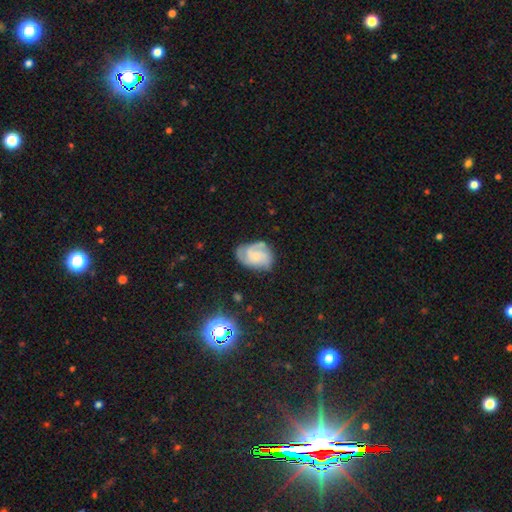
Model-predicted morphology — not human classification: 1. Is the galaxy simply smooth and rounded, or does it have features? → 71% featured or disk, 22% smooth, 7% star or artifact.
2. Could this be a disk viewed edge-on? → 98% no, 2% yes.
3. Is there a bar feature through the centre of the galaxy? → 68% no, 27% weak, 4% strong.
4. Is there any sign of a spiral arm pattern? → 93% yes, 7% no.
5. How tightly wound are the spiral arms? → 44% medium, 42% tight, 14% loose.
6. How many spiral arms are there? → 50% 3, 16% can't tell, 16% 2, 10% 4, 4% 1, 4% more than 4.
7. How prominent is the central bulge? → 53% small, 27% moderate, 15% none, 3% large, 1% dominant.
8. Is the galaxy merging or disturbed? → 63% none, 24% minor disturbance, 11% major disturbance, 2% merger.